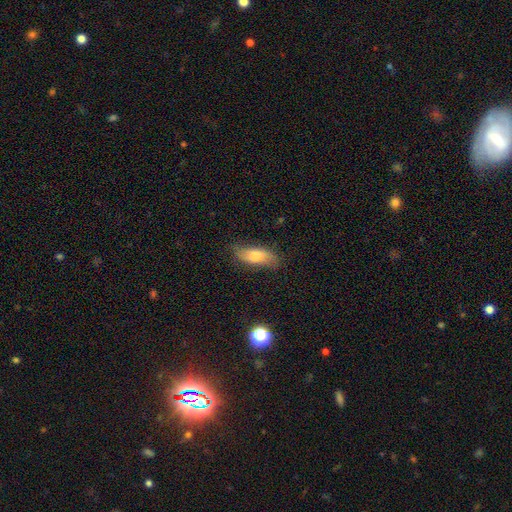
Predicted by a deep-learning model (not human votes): Smooth or featured? Predicted: smooth (p=0.73). How rounded? Predicted: in between (p=0.75). Merging? Predicted: none (p=0.68).